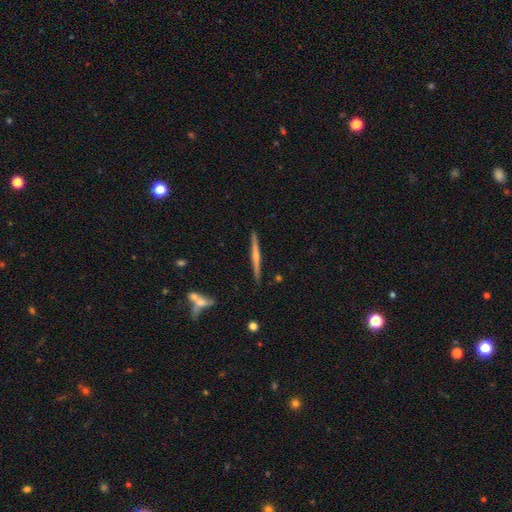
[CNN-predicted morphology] Smooth or featured: featured or disk — 61% (smooth — 33%)
Edge-on disk: yes — 98% (no — 2%)
Edge-on bulge: rounded — 56% (none — 32%)
Merging: none — 90% (minor disturbance — 6%)